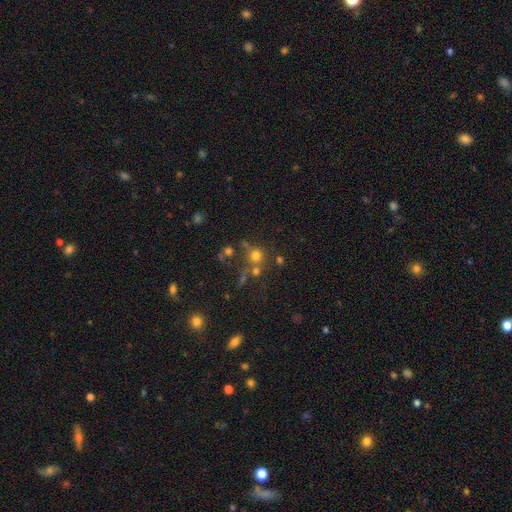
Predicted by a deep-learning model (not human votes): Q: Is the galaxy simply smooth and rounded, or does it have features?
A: smooth — 67%.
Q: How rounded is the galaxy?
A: round — 89%.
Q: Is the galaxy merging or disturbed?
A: none — 60%.